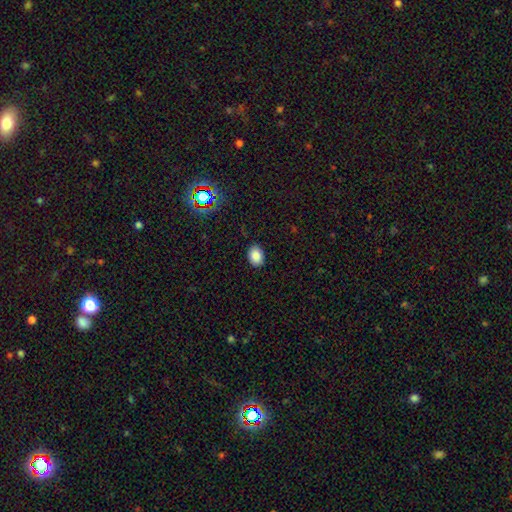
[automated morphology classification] Smooth or featured? smooth (86%)
How rounded? in between (73%)
Merging? none (88%)